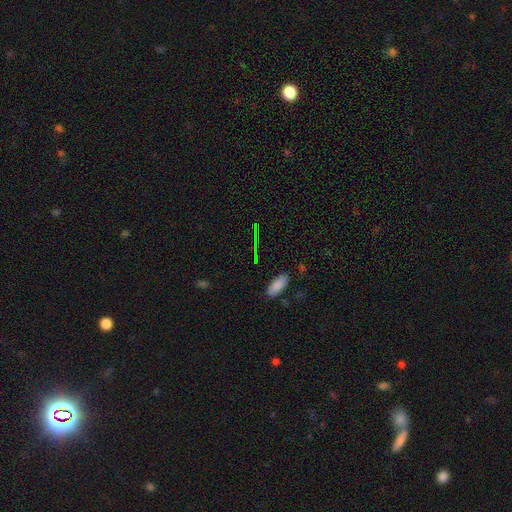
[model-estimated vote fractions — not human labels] This is possibly a smooth galaxy (55%). How rounded: possibly in between (50%). Merging: clearly none (87%).